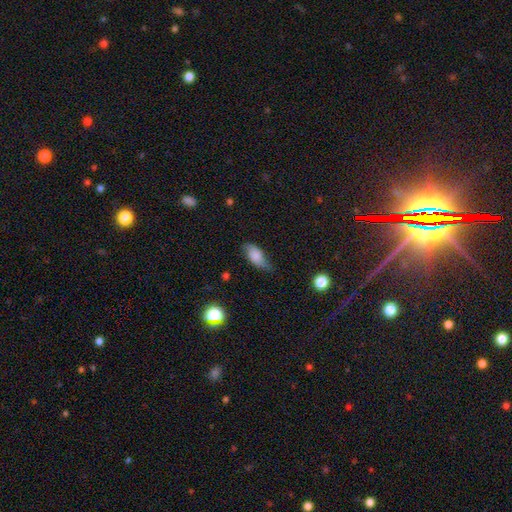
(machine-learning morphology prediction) The model was most divided on "merging": none: 57%, minor disturbance: 34%, major disturbance: 8%, merger: 2%. More confident: how rounded — in between (86%); smooth or featured — smooth (72%).